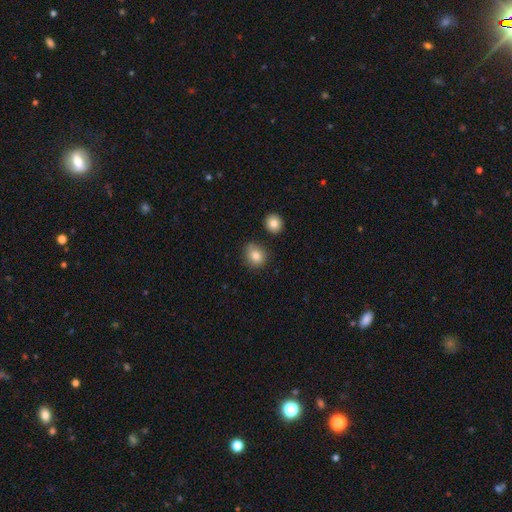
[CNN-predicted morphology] smooth-or-featured: smooth: 82% | star or artifact: 10% | featured or disk: 8%
  how-rounded: round: 75% | in between: 24% | cigar-shaped: 1%
  merging: none: 76% | minor disturbance: 16% | merger: 5% | major disturbance: 3%